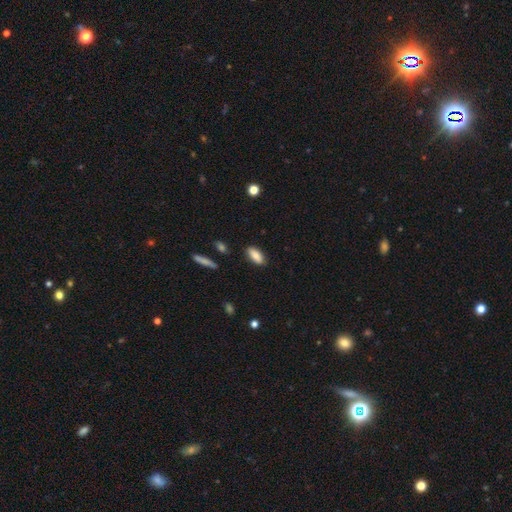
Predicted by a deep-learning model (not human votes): This appears to be a smooth galaxy with no disk features (86%) that is in between round and cigar-shaped (85%). Merging: none (87%).